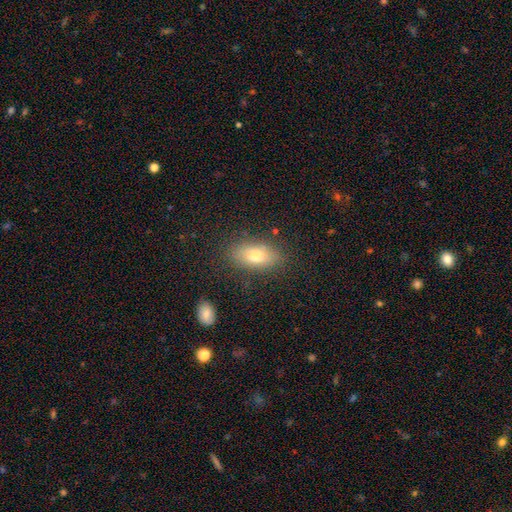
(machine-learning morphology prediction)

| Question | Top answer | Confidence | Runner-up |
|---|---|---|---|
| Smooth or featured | smooth | 74% | featured or disk (17%) |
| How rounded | in between | 85% | cigar-shaped (9%) |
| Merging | none | 82% | minor disturbance (12%) |